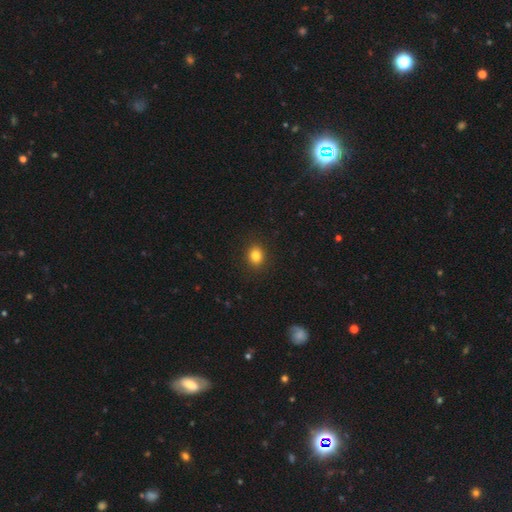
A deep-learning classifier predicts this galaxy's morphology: Q: Smooth or featured?
A: smooth (83%); runner-up: star or artifact (12%)
Q: How rounded?
A: round (67%); runner-up: in between (32%)
Q: Merging?
A: none (91%); runner-up: minor disturbance (6%)